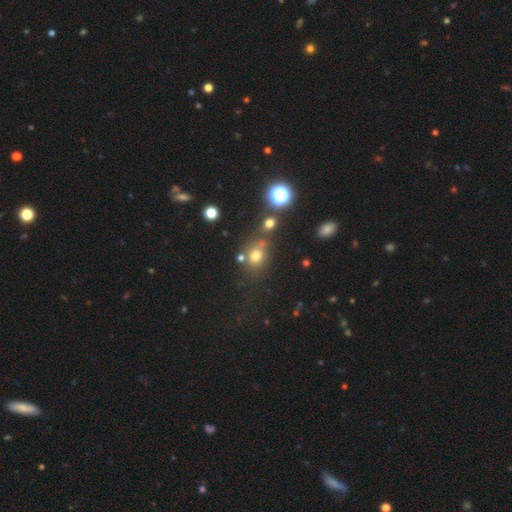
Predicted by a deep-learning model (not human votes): Morphology: type=smooth (66%); roundness=round (65%); merging=none (63%).